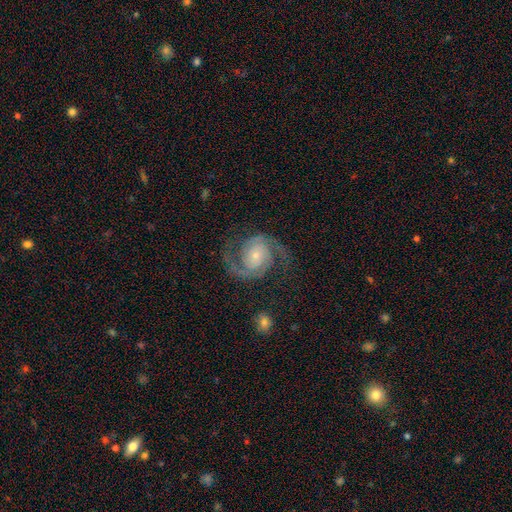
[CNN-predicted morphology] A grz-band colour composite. It shows a featured or disk galaxy (92%) with no bar (67%), 2 (93%) medium (57%) spiral arms (98%) and a small central bulge (68%). Merging: none (79%).